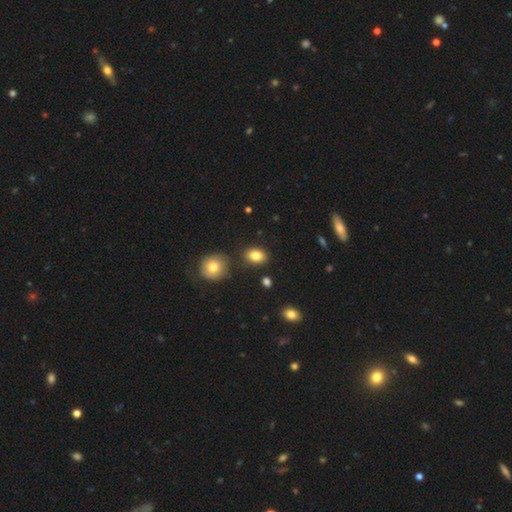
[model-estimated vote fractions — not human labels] smooth_or_featured: smooth (p=0.84) [alt: star or artifact p=0.09]
how_rounded: in between (p=0.75) [alt: round p=0.24]
merging: none (p=0.82) [alt: minor disturbance p=0.10]